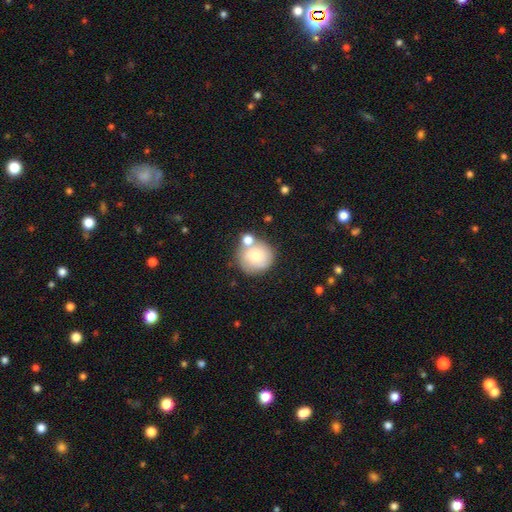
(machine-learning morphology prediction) This is likely a smooth galaxy (74%). How rounded: clearly round (91%). Merging: possibly none (58%).